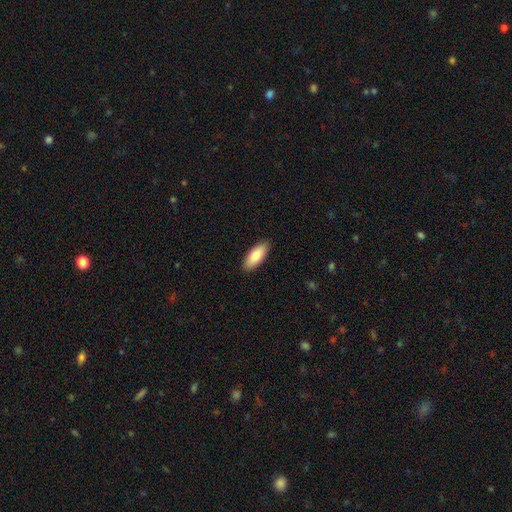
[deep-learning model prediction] This appears to be a smooth galaxy with no disk features (83%) that is in between round and cigar-shaped (78%). Merging: none (89%).